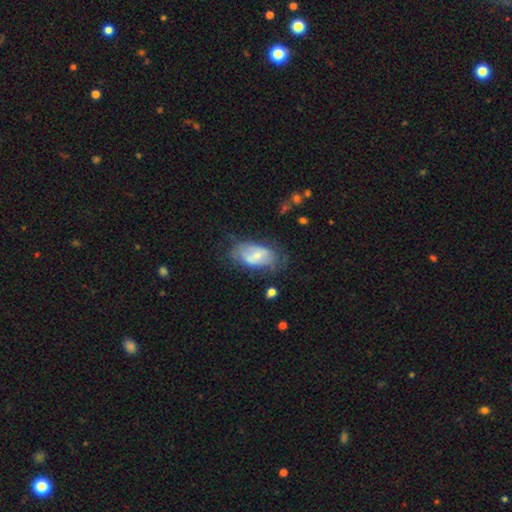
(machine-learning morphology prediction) Smooth or featured?
  - smooth: 48% *
  - featured or disk: 45%
  - star or artifact: 7%
Merging?
  - none: 52% *
  - minor disturbance: 28%
  - major disturbance: 16%
  - merger: 4%